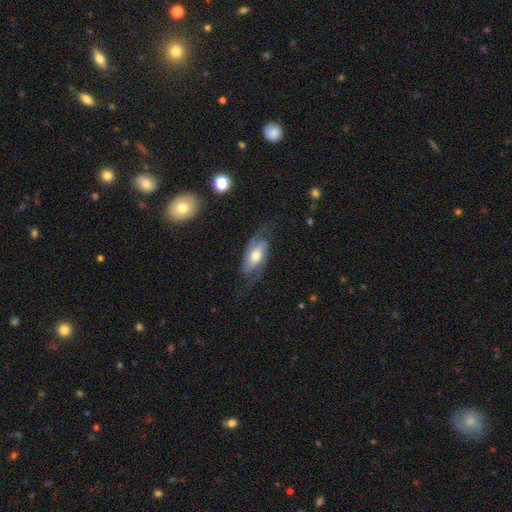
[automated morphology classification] Overall: featured or disk (72%). Edge-on disk: no (91%). Bar: no (56%; weak 30%). Spiral arms: yes (91%). Spiral arm count: 2 (84%). Spiral winding: medium (43%; loose 35%). Bulge size: moderate (65%). Merging: none (65%).